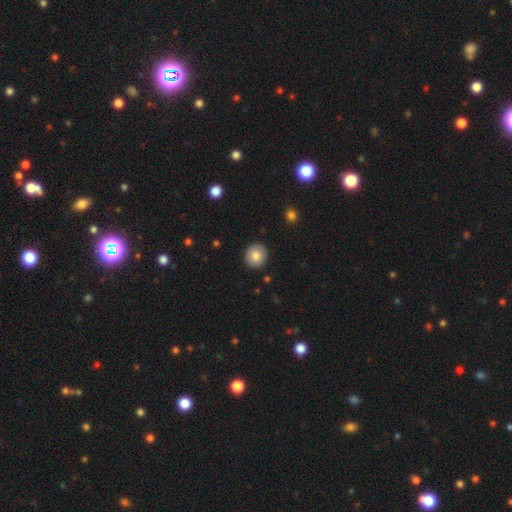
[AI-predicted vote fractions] The model was most divided on "smooth or featured": smooth: 81%, featured or disk: 11%, star or artifact: 8%. More confident: merging — none (92%); how rounded — round (88%).